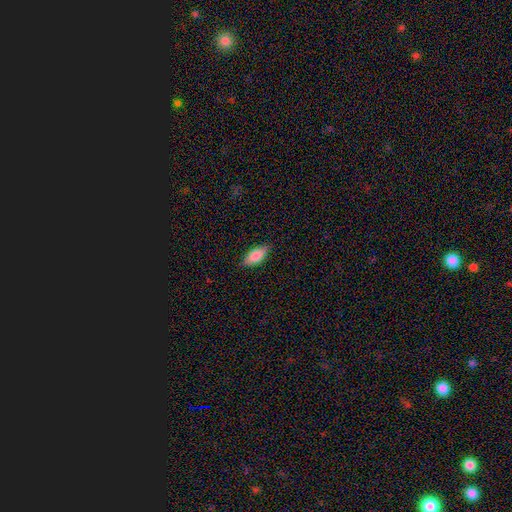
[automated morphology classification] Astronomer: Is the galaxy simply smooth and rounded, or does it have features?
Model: smooth — 80%.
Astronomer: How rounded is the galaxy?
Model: in between — 85%.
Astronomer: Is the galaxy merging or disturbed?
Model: none — 85%.